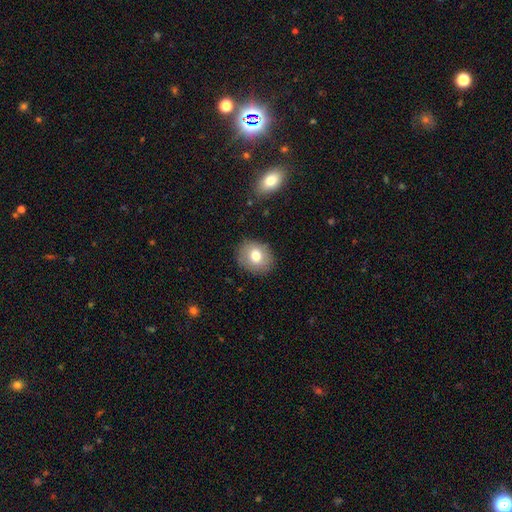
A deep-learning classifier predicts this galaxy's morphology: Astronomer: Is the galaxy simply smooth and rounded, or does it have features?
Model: smooth — 76%.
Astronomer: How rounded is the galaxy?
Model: round — 61% (runner-up: in between, 38%).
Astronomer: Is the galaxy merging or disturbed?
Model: none — 85%.